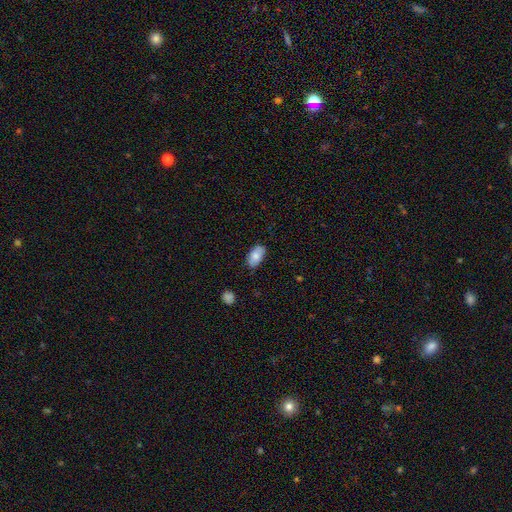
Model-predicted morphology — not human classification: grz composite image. It shows a smooth galaxy with no disk features (81%) that is in between round and cigar-shaped (94%). Merging: none (77%).